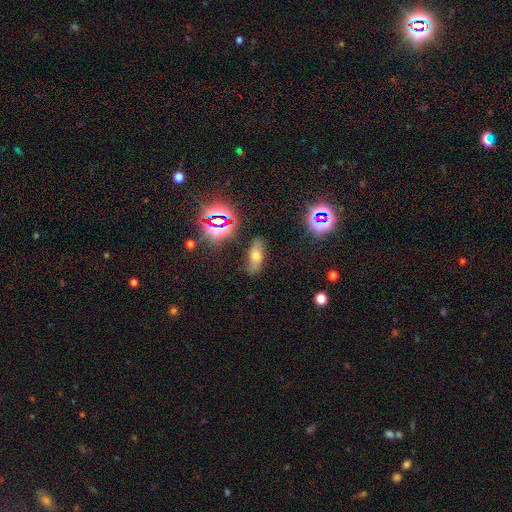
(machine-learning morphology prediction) Overall: smooth (44%; featured or disk 30%). Merging: none (74%).